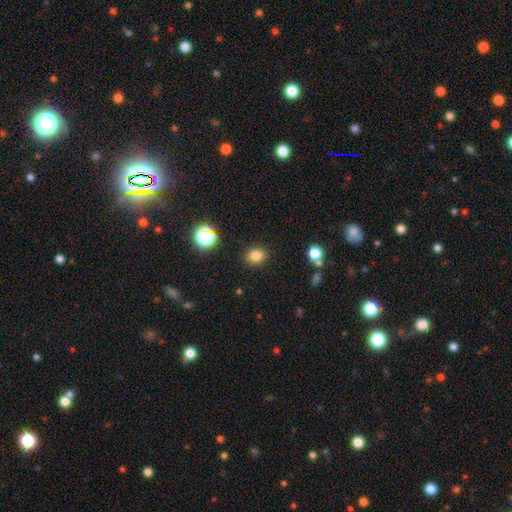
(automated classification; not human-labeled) This appears to be a smooth galaxy with no disk features (80%) that is round (67%). Merging: none (88%).